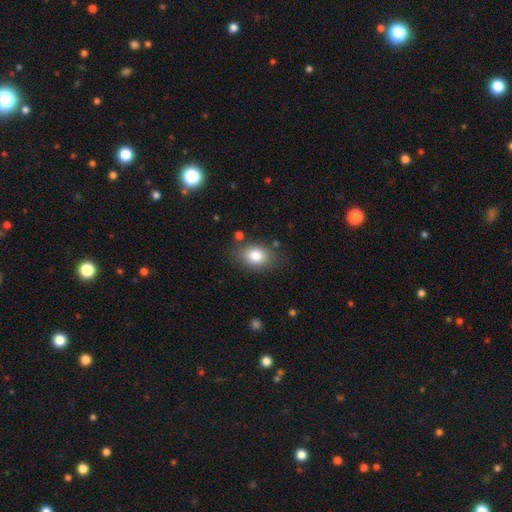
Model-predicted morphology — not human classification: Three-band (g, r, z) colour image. It shows a smooth galaxy with no disk features (81%) that is in between round and cigar-shaped (73%). Merging: none (80%).